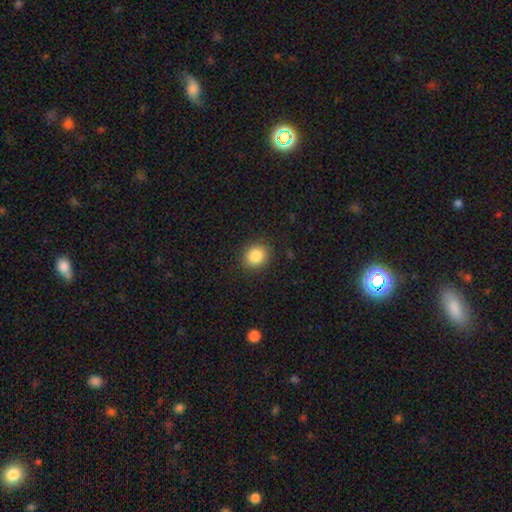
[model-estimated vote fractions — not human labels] Morphology: type=smooth (86%); roundness=round (74%); merging=none (88%).